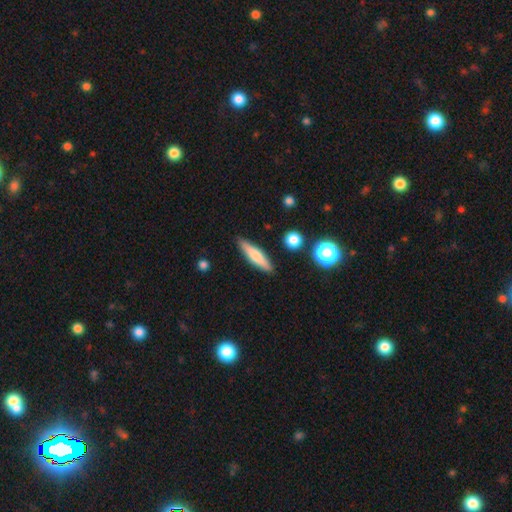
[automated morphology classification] This is likely a smooth galaxy (63%). How rounded: likely cigar-shaped (79%). Merging: clearly none (88%).